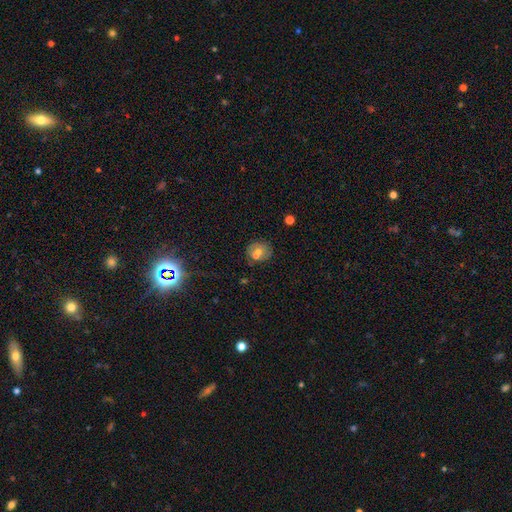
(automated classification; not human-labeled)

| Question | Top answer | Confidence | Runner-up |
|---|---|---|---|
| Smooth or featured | smooth | 59% | featured or disk (24%) |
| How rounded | round | 74% | in between (25%) |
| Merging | none | 64% | merger (18%) |